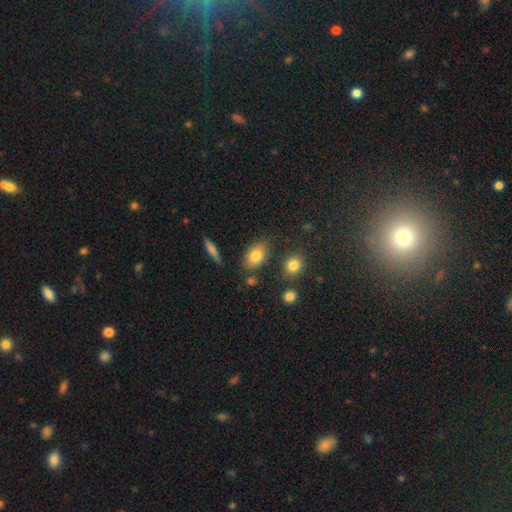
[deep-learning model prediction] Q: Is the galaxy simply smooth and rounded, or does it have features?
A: smooth — 80%.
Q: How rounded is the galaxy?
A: in between — 83%.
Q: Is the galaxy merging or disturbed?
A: none — 79%.